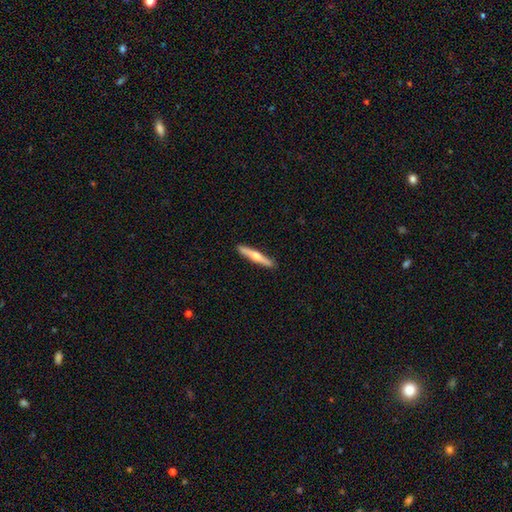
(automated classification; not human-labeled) smooth-or-featured: featured or disk: 54% | smooth: 41% | star or artifact: 5%
  disk-edge-on: yes: 96% | no: 4%
    edge-on-bulge: rounded: 86% | none: 10% | boxy: 4%
  merging: none: 92% | minor disturbance: 6% | major disturbance: 1% | merger: 1%